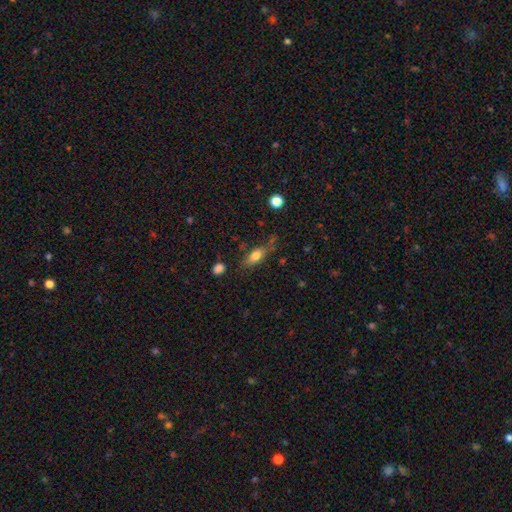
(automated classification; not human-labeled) Morphology: type=smooth (73%); roundness=in between (74%); merging=none (65%).